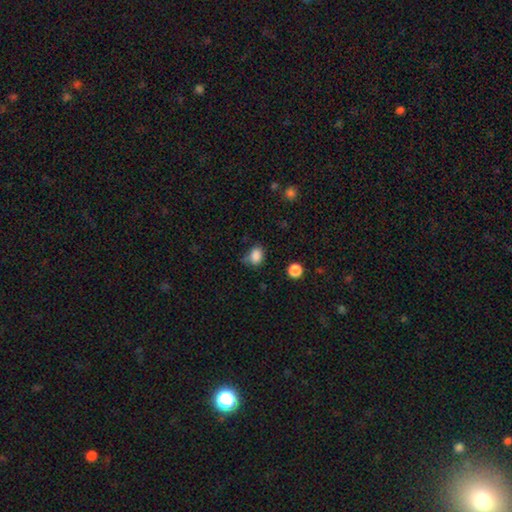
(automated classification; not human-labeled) A smooth galaxy with no disk features (84%) that is in between round and cigar-shaped (62%). Merging: none (58%).